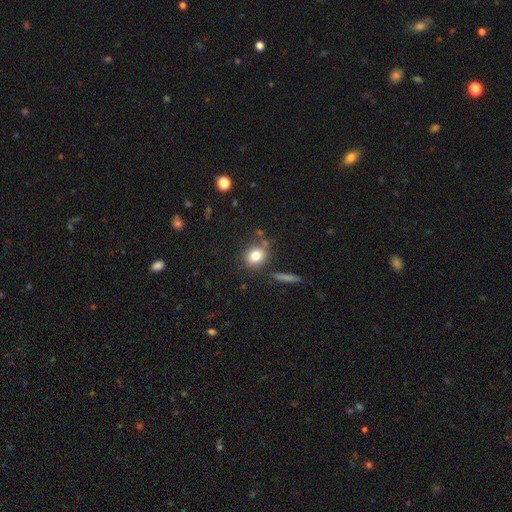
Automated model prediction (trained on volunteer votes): smooth 81%, star or artifact 11%, featured or disk 9%. Down the decision tree: how rounded — round (71%); merging — none (75%).